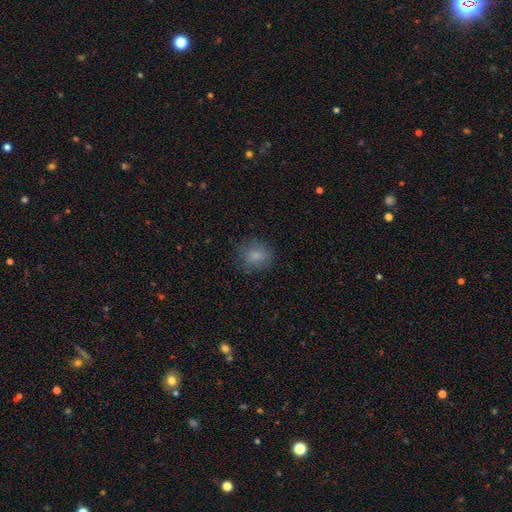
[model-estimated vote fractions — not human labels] Smooth or featured? smooth (82%)
How rounded? round (75%)
Merging? none (77%)